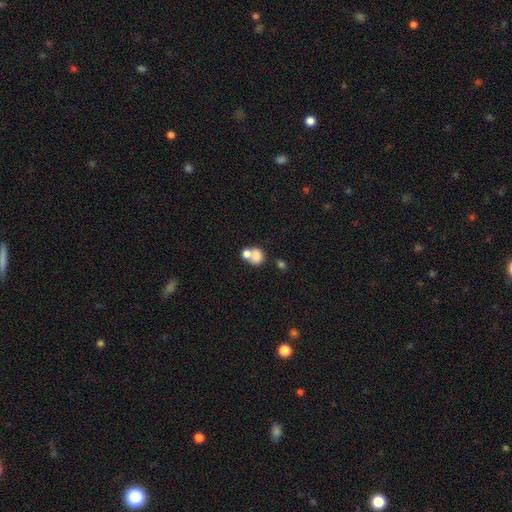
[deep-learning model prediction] Smooth or featured: smooth — 77% (featured or disk — 14%)
How rounded: round — 57% (in between — 42%)
Merging: merger — 57% (none — 29%)